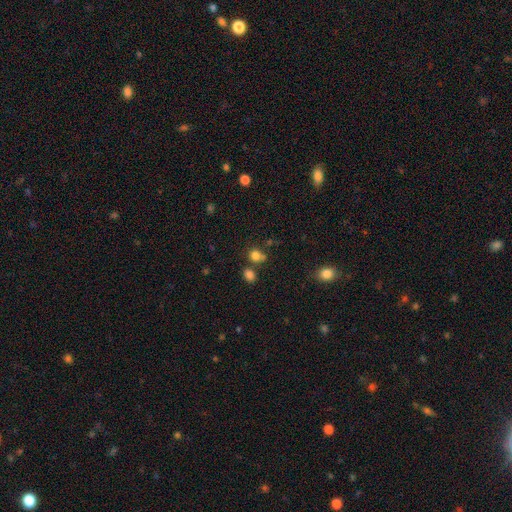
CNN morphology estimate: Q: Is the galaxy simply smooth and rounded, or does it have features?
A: smooth — 79%.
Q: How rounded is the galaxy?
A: round — 68%.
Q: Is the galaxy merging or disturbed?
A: none — 57%.